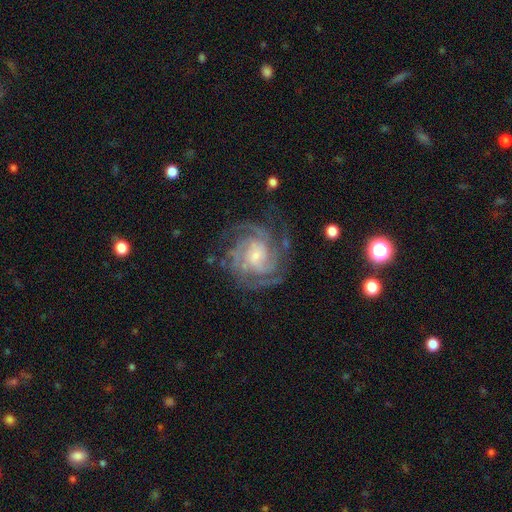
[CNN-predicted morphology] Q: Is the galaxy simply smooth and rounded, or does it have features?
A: featured or disk — 89%.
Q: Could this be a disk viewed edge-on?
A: no — 98%.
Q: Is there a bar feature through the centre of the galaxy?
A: no — 61%.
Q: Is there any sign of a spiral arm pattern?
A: yes — 97%.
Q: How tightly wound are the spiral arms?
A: tight — 63%.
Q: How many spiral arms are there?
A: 3 — 26%.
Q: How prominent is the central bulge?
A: small — 67%.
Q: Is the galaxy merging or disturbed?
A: none — 73%.